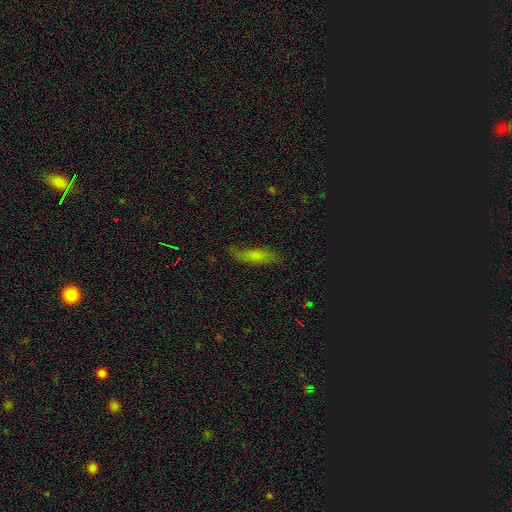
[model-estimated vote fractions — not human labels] Smooth or featured? Predicted: smooth (p=0.68). How rounded? Predicted: cigar-shaped (p=0.59). Merging? Predicted: none (p=0.72).